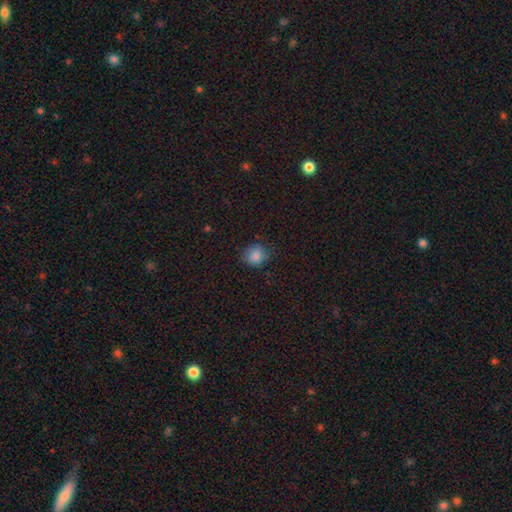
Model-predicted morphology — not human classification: A smooth galaxy with no disk features (83%) that is round (75%).

Vote fractions:
- Smooth or featured? smooth: 83% / star or artifact: 10% / featured or disk: 7%
- How rounded? round: 75% / in between: 24% / cigar-shaped: 1%
- Merging? none: 73% / minor disturbance: 20% / major disturbance: 6% / merger: 1%